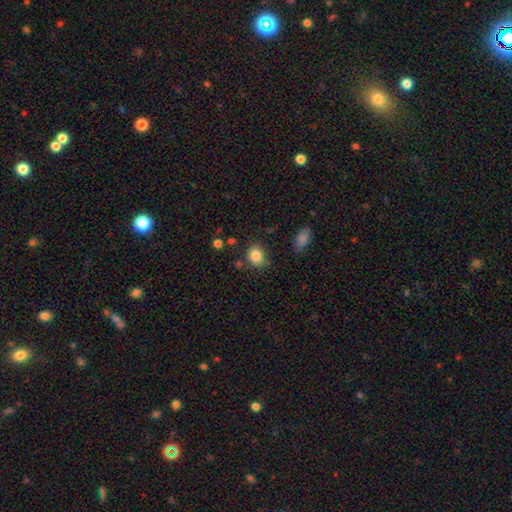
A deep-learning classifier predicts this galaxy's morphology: type=smooth (85%); roundness=round (62%); merging=none (76%).